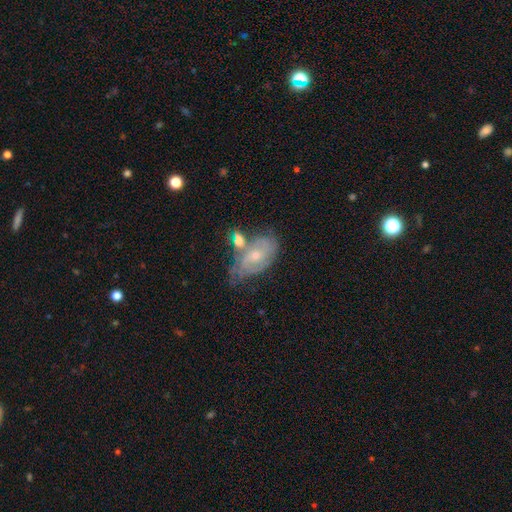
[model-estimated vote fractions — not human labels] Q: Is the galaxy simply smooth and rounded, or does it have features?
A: featured or disk — 74%.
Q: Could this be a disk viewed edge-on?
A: no — 95%.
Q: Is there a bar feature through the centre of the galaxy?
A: no — 62%.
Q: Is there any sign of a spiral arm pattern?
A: yes — 88%.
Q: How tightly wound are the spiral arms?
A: tight — 54%.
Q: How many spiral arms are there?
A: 2 — 41%.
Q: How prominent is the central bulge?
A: small — 54%.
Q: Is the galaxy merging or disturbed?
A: none — 44%.